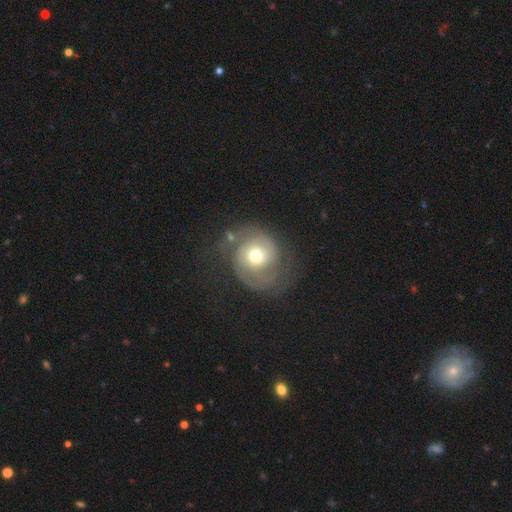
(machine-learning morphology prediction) featured or disk 69%, smooth 24%, star or artifact 7%. Down the decision tree: edge-on disk — no (97%); bar — no (76%); spiral arms — yes (85%); spiral arm count — 2 (63%); spiral winding — tight (49%); bulge size — moderate (70%); merging — none (55%).